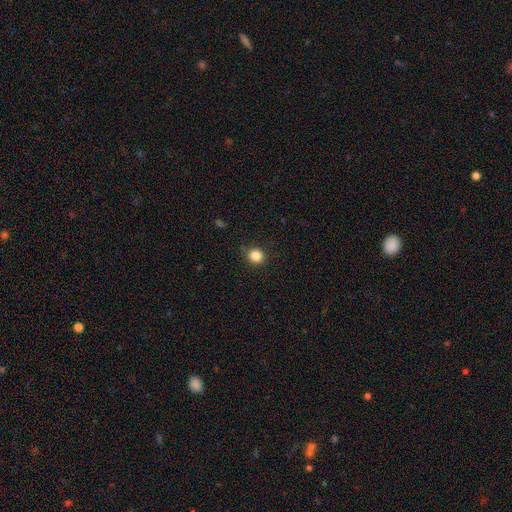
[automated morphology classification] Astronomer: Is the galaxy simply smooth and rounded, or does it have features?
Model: smooth — 84%.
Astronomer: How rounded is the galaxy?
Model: round — 86%.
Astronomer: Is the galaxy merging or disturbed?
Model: none — 86%.